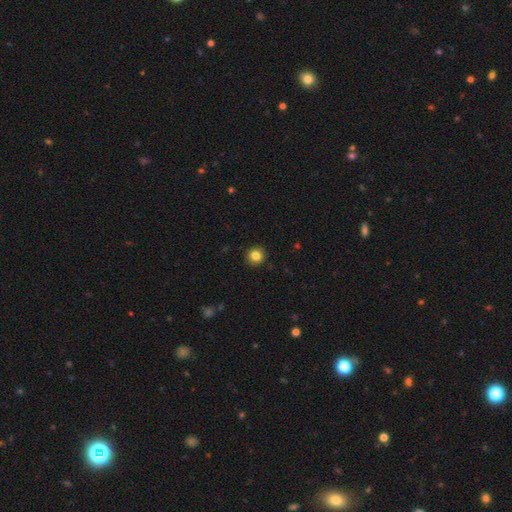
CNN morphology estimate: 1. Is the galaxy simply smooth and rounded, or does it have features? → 84% smooth, 11% star or artifact, 6% featured or disk.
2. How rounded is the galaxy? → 91% round, 8% in between, 1% cigar-shaped.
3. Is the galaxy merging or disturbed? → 92% none, 5% minor disturbance, 2% major disturbance, 1% merger.